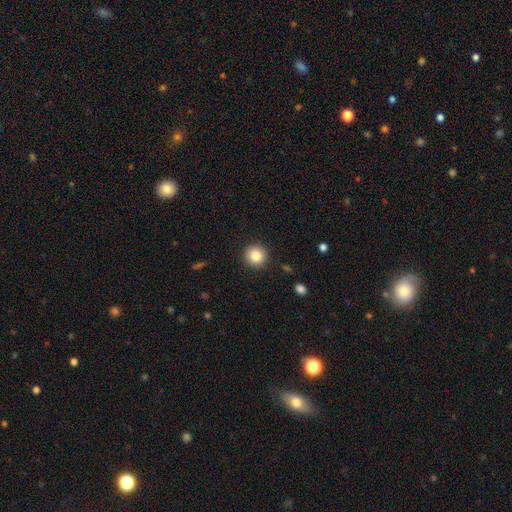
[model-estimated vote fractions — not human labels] smooth 85%, star or artifact 9%, featured or disk 6%. Down the decision tree: how rounded — round (94%); merging — none (91%).